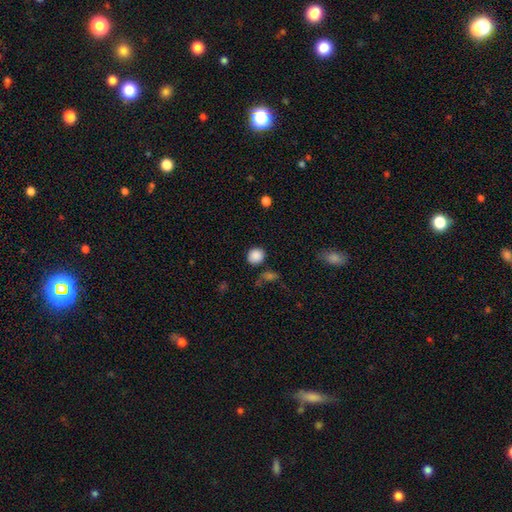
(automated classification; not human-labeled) Smooth or featured? smooth (87%)
How rounded? round (85%)
Merging? none (80%)